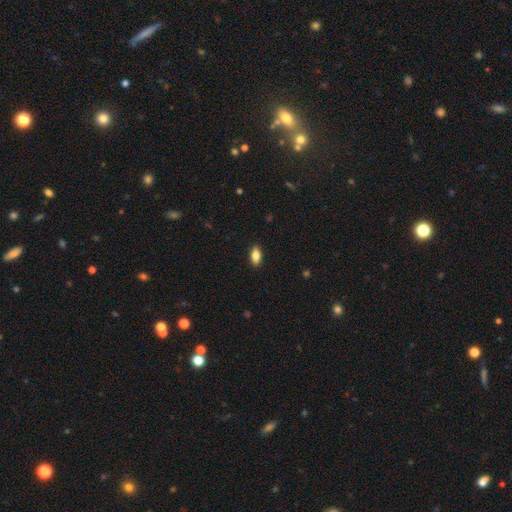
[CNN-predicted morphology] Smooth or featured?
  - smooth: 81% *
  - featured or disk: 12%
  - star or artifact: 7%
How rounded?
  - in between: 88% *
  - cigar-shaped: 8%
  - round: 4%
Merging?
  - none: 89% *
  - minor disturbance: 8%
  - major disturbance: 2%
  - merger: 1%